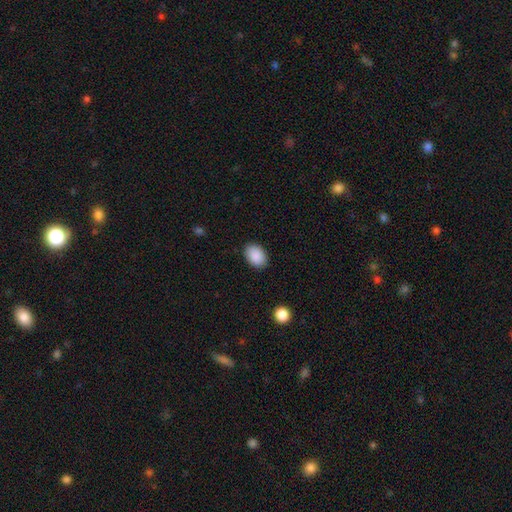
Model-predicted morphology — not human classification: Q: Smooth or featured?
A: smooth (90%); runner-up: star or artifact (7%)
Q: How rounded?
A: in between (84%); runner-up: round (15%)
Q: Merging?
A: none (88%); runner-up: minor disturbance (8%)